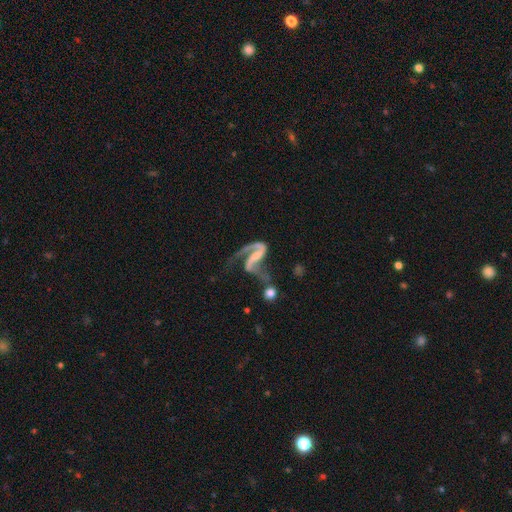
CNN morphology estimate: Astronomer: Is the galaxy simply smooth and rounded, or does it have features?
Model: featured or disk — 85%.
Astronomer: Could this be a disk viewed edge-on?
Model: no — 97%.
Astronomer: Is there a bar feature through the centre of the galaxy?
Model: strong — 39% (runner-up: weak, 37%).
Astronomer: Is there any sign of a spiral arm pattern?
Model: yes — 93%.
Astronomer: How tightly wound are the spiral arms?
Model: loose — 61%.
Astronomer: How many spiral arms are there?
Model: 2 — 73%.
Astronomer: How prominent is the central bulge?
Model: none — 40% (runner-up: small, 32%).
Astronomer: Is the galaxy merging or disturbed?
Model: major disturbance — 38% (runner-up: none, 25%).